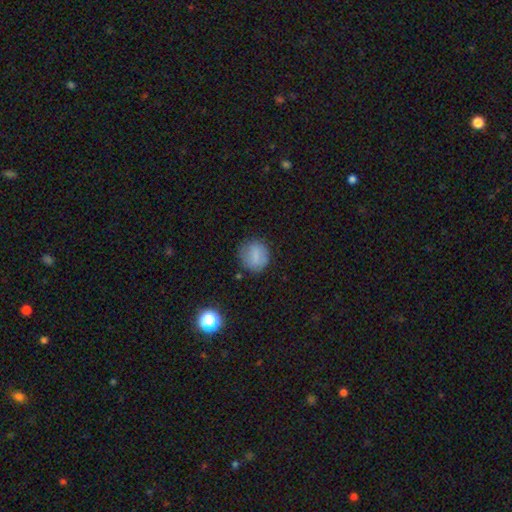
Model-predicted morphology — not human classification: The model was most divided on "merging": none: 75%, minor disturbance: 17%, major disturbance: 6%, merger: 2%. More confident: how rounded — round (82%); smooth or featured — smooth (77%).